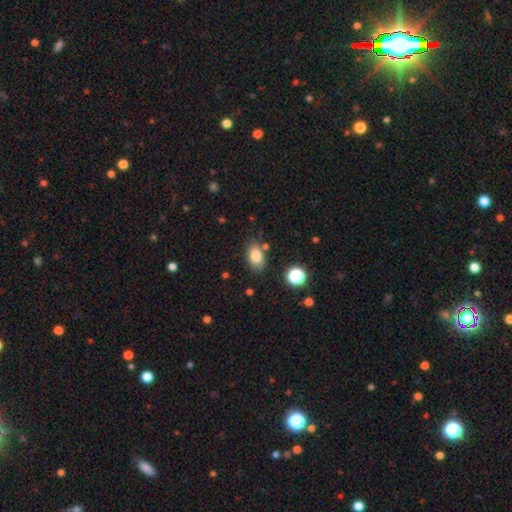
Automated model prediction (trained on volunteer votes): Smooth or featured? smooth (82%)
How rounded? in between (88%)
Merging? none (77%)